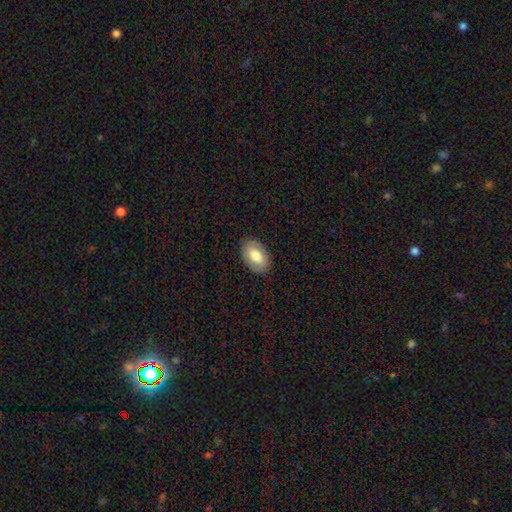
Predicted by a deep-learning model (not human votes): A smooth galaxy with no disk features (73%) that is in between round and cigar-shaped (91%).

Vote fractions:
- Smooth or featured? smooth: 73% / featured or disk: 20% / star or artifact: 7%
- How rounded? in between: 91% / round: 8% / cigar-shaped: 1%
- Merging? none: 87% / minor disturbance: 9% / major disturbance: 2% / merger: 1%